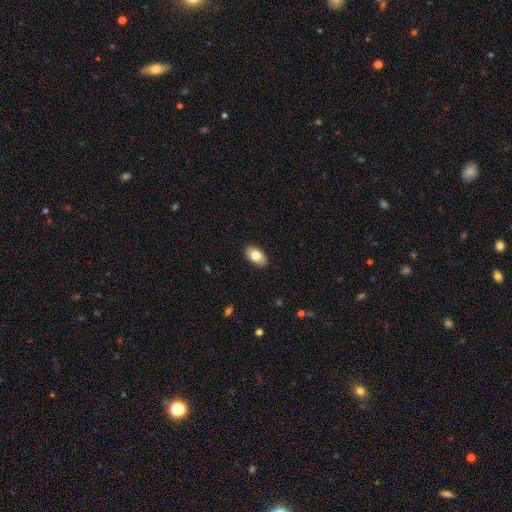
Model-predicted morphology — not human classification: Smooth or featured? Predicted: smooth (p=0.80). How rounded? Predicted: in between (p=0.93). Merging? Predicted: none (p=0.88).